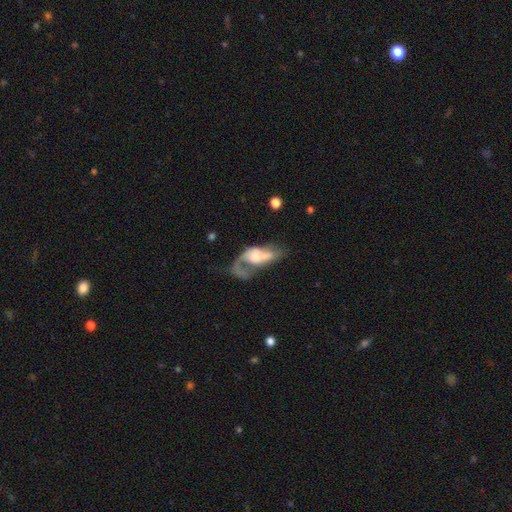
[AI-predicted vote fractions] The model was most divided on "bulge size": moderate: 41%, small: 33%, large: 13%, none: 9%, dominant: 3%. Remaining: edge-on disk — no (92%); bar — no (72%); smooth or featured — featured or disk (59%); spiral arms — yes (59%); merging — major disturbance (47%).